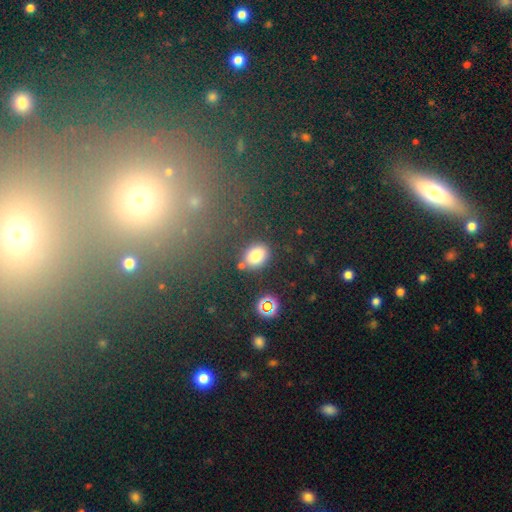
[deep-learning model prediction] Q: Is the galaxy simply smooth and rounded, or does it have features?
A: smooth — 81%.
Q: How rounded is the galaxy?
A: in between — 61%.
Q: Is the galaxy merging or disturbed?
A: none — 77%.